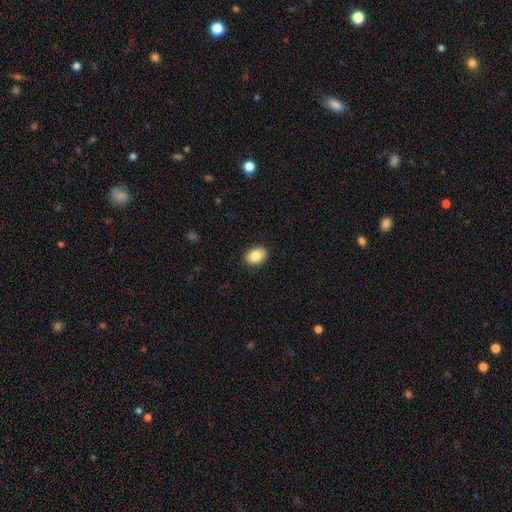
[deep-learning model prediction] A smooth galaxy with no disk features (83%) that is in between round and cigar-shaped (76%). Merging: none (90%).